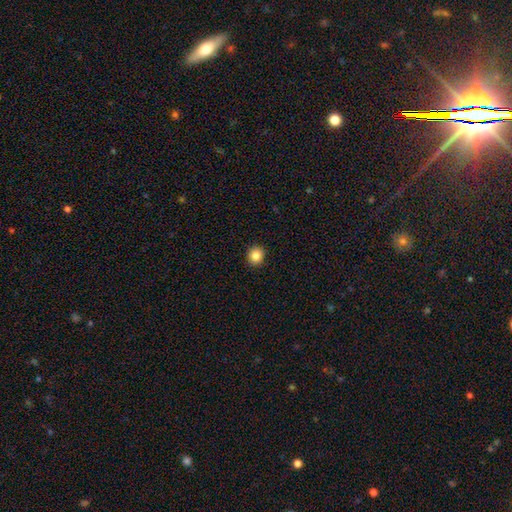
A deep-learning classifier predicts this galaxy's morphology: This appears to be a smooth galaxy with no disk features (86%) that is round (83%). Merging: none (92%).